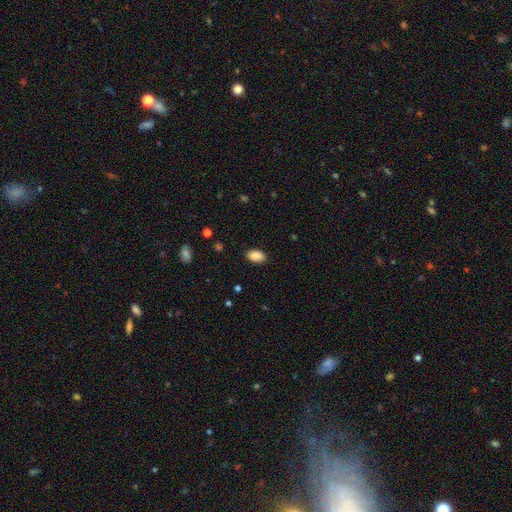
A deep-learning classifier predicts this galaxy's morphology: smooth_or_featured: smooth (p=0.89) [alt: star or artifact p=0.08]
how_rounded: in between (p=0.91) [alt: round p=0.08]
merging: none (p=0.87) [alt: minor disturbance p=0.10]